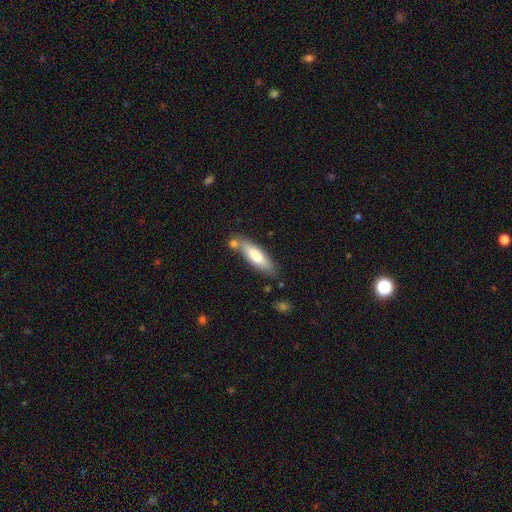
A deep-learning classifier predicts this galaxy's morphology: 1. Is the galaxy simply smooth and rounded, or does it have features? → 74% smooth, 20% featured or disk, 6% star or artifact.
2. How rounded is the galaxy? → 58% cigar-shaped, 40% in between, 1% round.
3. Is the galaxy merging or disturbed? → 64% none, 17% minor disturbance, 15% merger, 4% major disturbance.